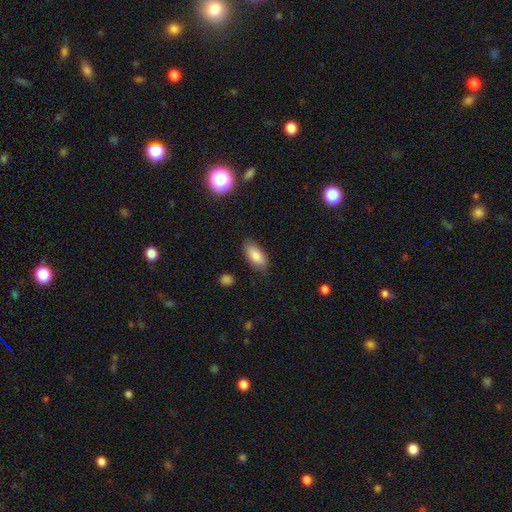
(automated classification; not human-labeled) The model was most divided on "merging": none: 82%, minor disturbance: 13%, major disturbance: 3%, merger: 1%. More confident: how rounded — in between (88%); smooth or featured — smooth (86%).